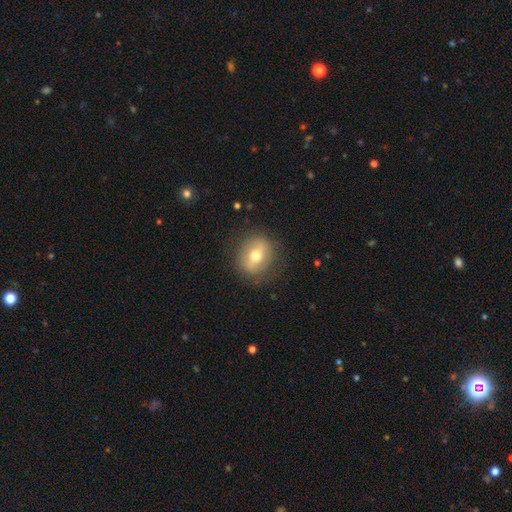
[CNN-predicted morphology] Smooth or featured? Predicted: smooth (p=0.52). How rounded? Predicted: round (p=0.68). Merging? Predicted: none (p=0.82).